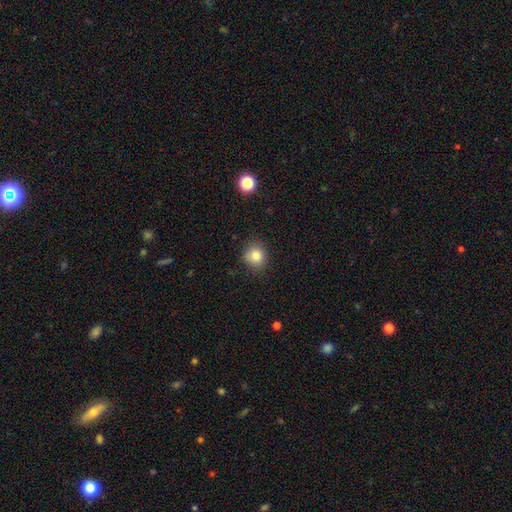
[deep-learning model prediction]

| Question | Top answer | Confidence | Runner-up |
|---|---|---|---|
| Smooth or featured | smooth | 82% | star or artifact (11%) |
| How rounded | round | 83% | in between (16%) |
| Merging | none | 85% | minor disturbance (11%) |